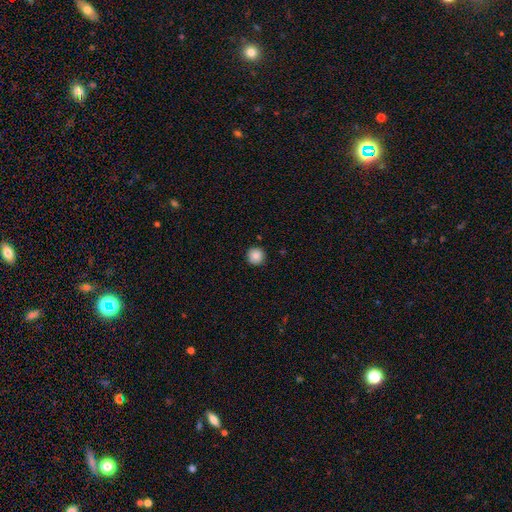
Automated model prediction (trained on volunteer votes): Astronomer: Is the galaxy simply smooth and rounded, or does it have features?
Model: smooth — 88%.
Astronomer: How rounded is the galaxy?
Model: round — 95%.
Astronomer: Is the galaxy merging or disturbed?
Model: none — 92%.